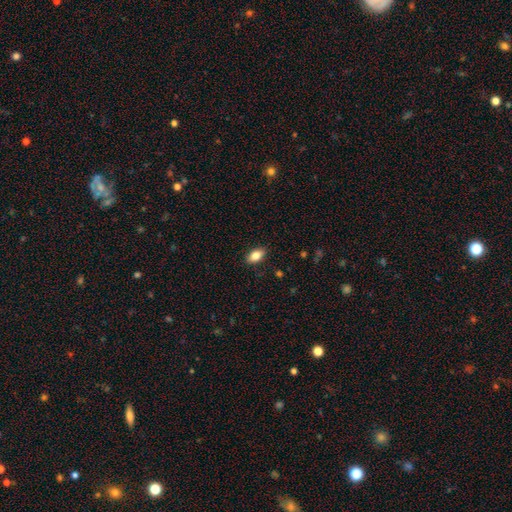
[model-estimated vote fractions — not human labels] The model was most divided on "smooth or featured": smooth: 82%, featured or disk: 11%, star or artifact: 8%. More confident: how rounded — in between (89%); merging — none (88%).